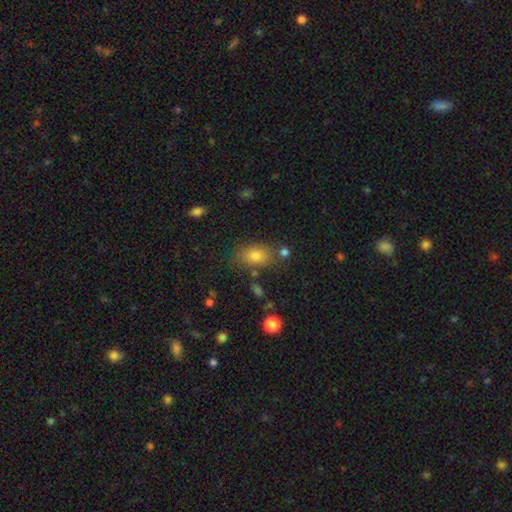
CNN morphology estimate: A smooth galaxy with no disk features (78%) that is in between round and cigar-shaped (81%).

Vote fractions:
- Smooth or featured? smooth: 78% / star or artifact: 12% / featured or disk: 10%
- How rounded? in between: 81% / round: 16% / cigar-shaped: 3%
- Merging? none: 74% / minor disturbance: 14% / merger: 7% / major disturbance: 5%